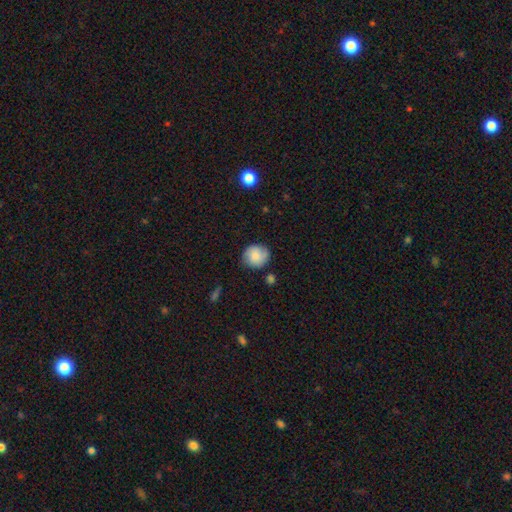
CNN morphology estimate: The model was most divided on "smooth or featured": smooth: 65%, featured or disk: 27%, star or artifact: 9%. More confident: how rounded — round (83%); merging — none (77%).